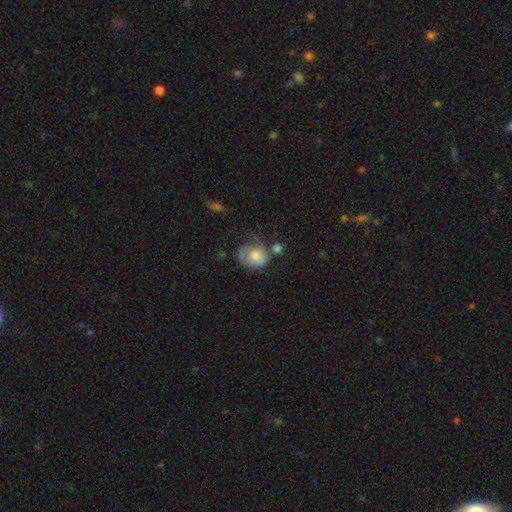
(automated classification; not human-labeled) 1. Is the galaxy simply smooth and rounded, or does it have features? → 60% smooth, 32% featured or disk, 8% star or artifact.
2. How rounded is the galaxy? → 56% round, 43% in between, 1% cigar-shaped.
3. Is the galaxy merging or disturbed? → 36% none, 30% minor disturbance, 23% major disturbance, 11% merger.